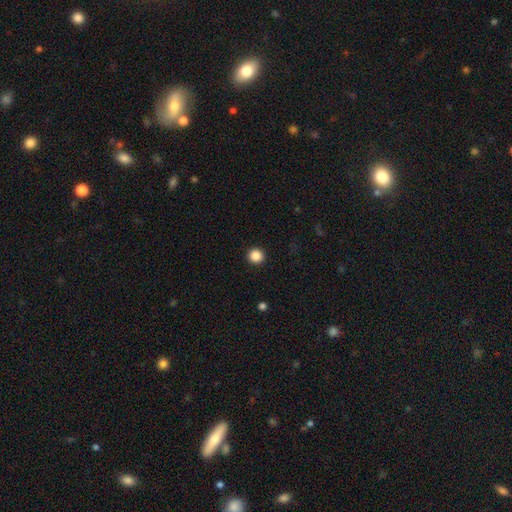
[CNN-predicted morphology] The model was most divided on "smooth or featured": smooth: 87%, star or artifact: 10%, featured or disk: 3%. More confident: how rounded — round (95%); merging — none (93%).